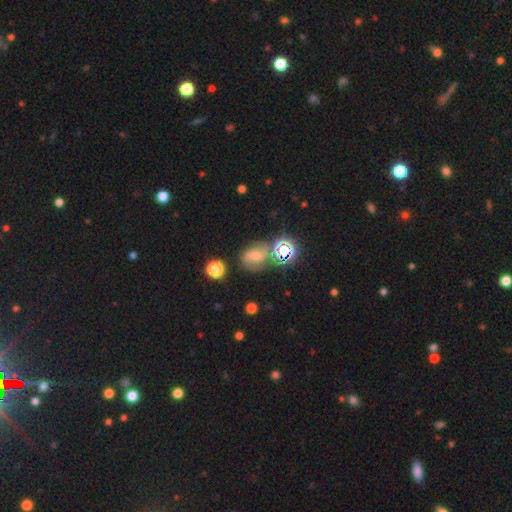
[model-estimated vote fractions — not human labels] This appears to be a featured or disk galaxy (53%) with a weak bar (44%), spiral arms (90%) and a small central bulge (50%). Merging: none (66%).